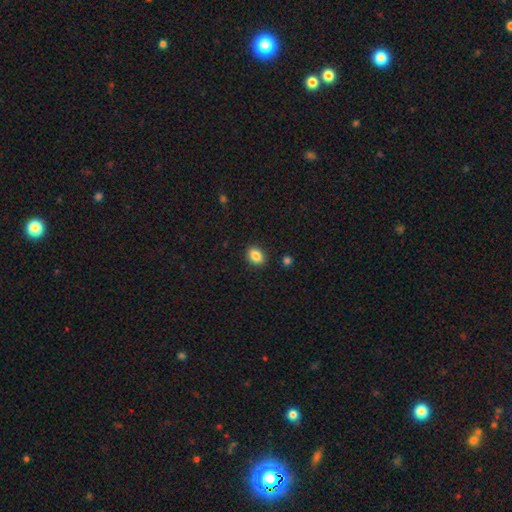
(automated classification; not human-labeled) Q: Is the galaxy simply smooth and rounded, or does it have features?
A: smooth — 86%.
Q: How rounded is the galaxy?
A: in between — 71%.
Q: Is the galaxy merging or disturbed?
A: none — 89%.